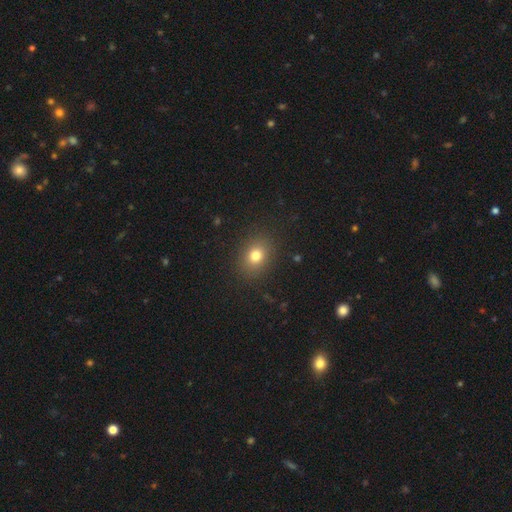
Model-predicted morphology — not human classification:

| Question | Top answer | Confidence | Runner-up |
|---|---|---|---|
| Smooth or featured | smooth | 78% | star or artifact (13%) |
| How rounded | round | 52% | in between (47%) |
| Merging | none | 87% | minor disturbance (8%) |